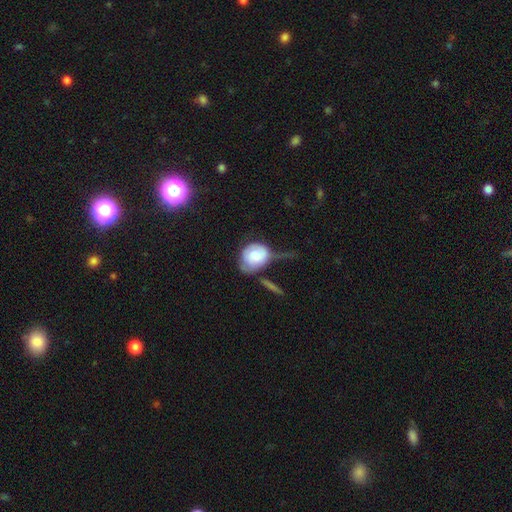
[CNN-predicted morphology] Smooth or featured? smooth (69%)
How rounded? round (57%)
Merging? major disturbance (41%)